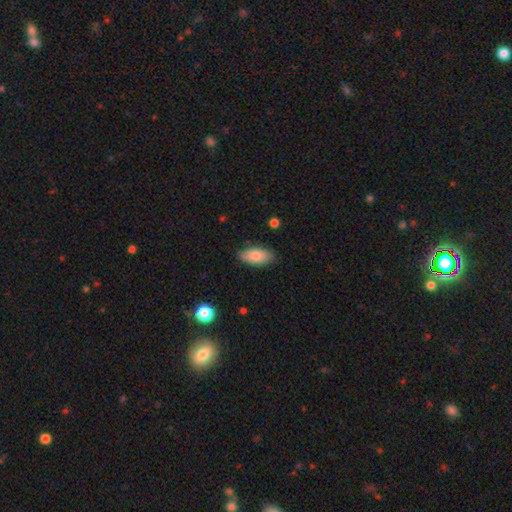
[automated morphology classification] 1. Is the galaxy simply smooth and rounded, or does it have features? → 83% smooth, 10% featured or disk, 7% star or artifact.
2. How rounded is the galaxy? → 90% in between, 7% cigar-shaped, 2% round.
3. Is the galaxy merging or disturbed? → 82% none, 14% minor disturbance, 3% major disturbance, 1% merger.